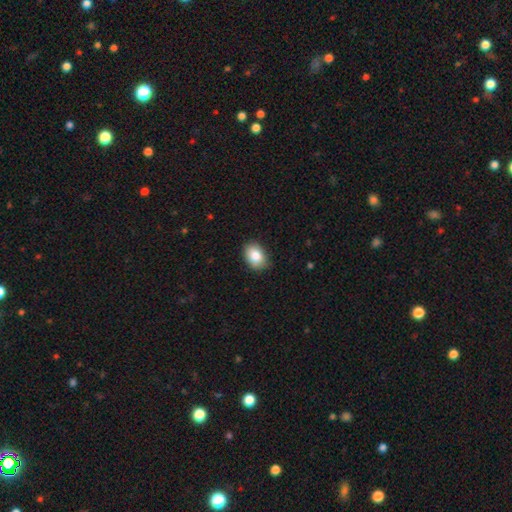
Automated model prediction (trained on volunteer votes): smooth_or_featured: smooth (p=0.85) [alt: star or artifact p=0.08]
how_rounded: in between (p=0.79) [alt: round p=0.20]
merging: none (p=0.85) [alt: minor disturbance p=0.12]